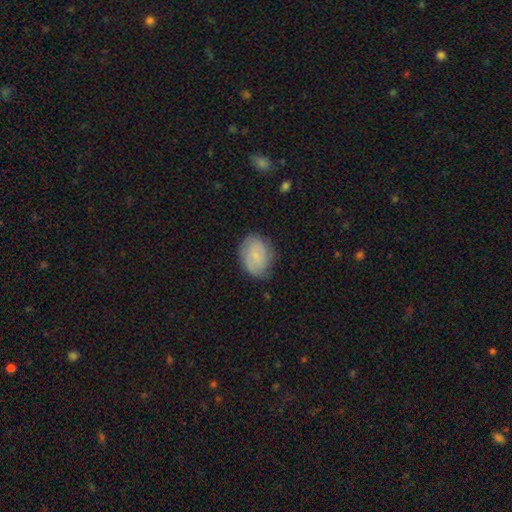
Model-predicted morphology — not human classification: Smooth or featured: smooth — 67% (featured or disk — 26%)
How rounded: in between — 73% (round — 26%)
Merging: none — 73% (minor disturbance — 21%)